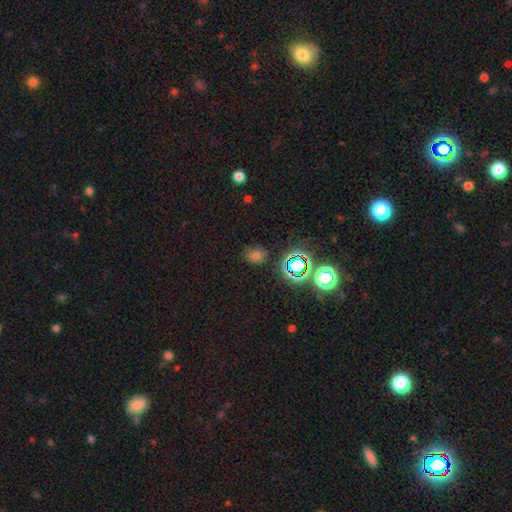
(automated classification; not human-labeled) This is possibly a smooth galaxy (53%). How rounded: likely round (63%). Merging: likely none (79%).